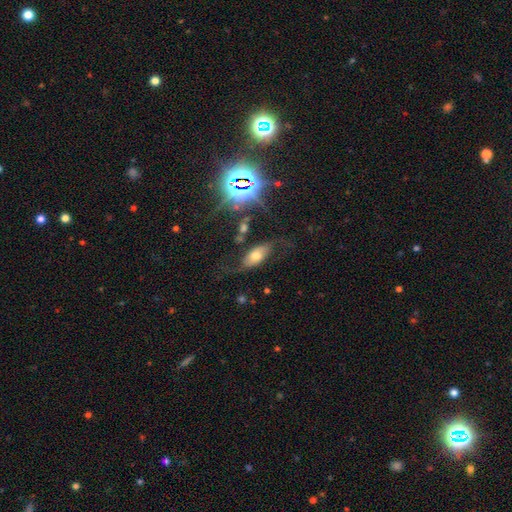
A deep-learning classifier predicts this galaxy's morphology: Smooth or featured?
  - smooth: 45% *
  - featured or disk: 41%
  - star or artifact: 14%
Merging?
  - none: 59% *
  - minor disturbance: 20%
  - major disturbance: 17%
  - merger: 4%